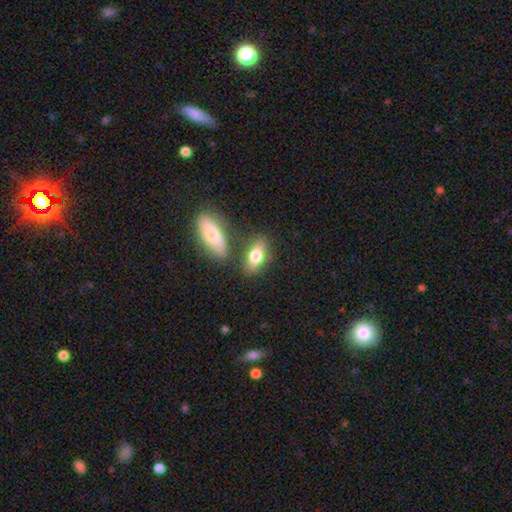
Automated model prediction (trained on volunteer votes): Smooth or featured?
  - smooth: 75% *
  - featured or disk: 18%
  - star or artifact: 7%
How rounded?
  - in between: 85% *
  - cigar-shaped: 9%
  - round: 6%
Merging?
  - none: 69% *
  - merger: 15%
  - minor disturbance: 12%
  - major disturbance: 4%